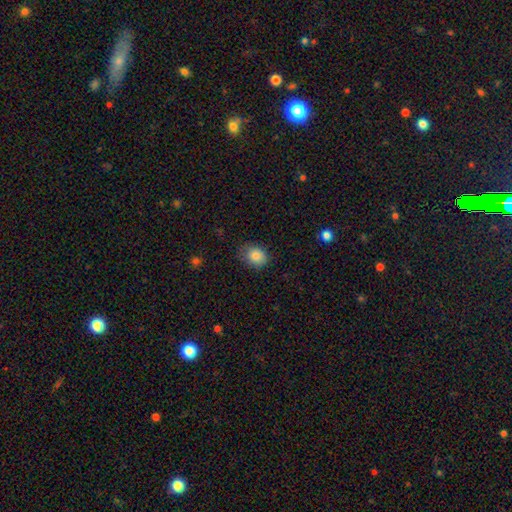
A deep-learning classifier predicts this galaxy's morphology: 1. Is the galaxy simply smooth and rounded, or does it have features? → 83% smooth, 9% star or artifact, 7% featured or disk.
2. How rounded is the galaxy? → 52% in between, 47% round, 1% cigar-shaped.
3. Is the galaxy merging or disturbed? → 74% none, 21% minor disturbance, 4% major disturbance, 1% merger.